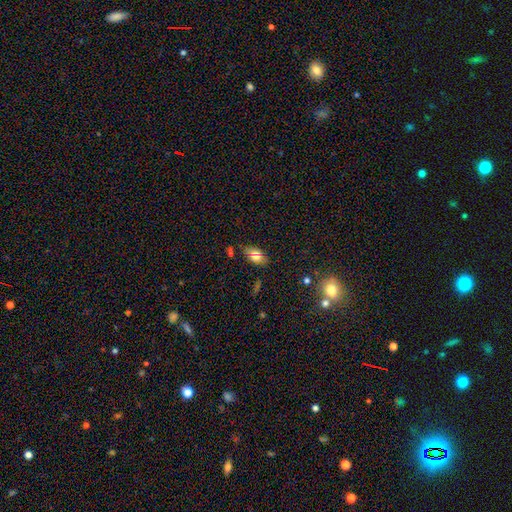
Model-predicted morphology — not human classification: A smooth galaxy with no disk features (73%) that is in between round and cigar-shaped (85%). Merging: none (71%).